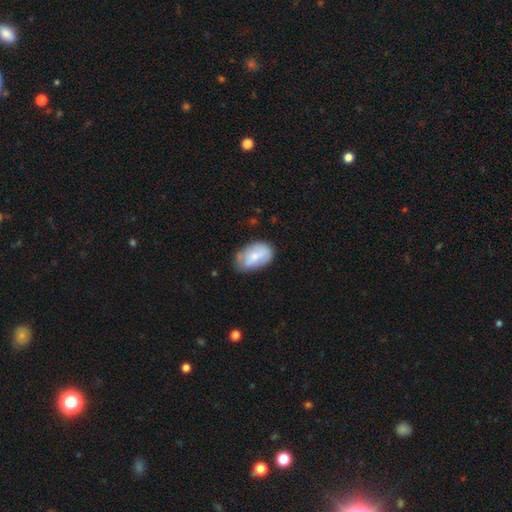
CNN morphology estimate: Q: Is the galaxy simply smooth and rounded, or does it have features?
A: smooth — 66%.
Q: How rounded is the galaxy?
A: in between — 91%.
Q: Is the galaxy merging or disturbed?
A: none — 62%.